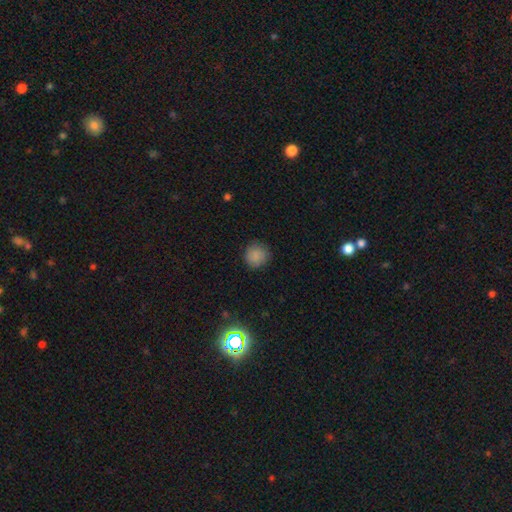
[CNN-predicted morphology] smooth_or_featured: smooth (p=0.85) [alt: star or artifact p=0.09]
how_rounded: round (p=0.91) [alt: in between p=0.08]
merging: none (p=0.83) [alt: minor disturbance p=0.13]